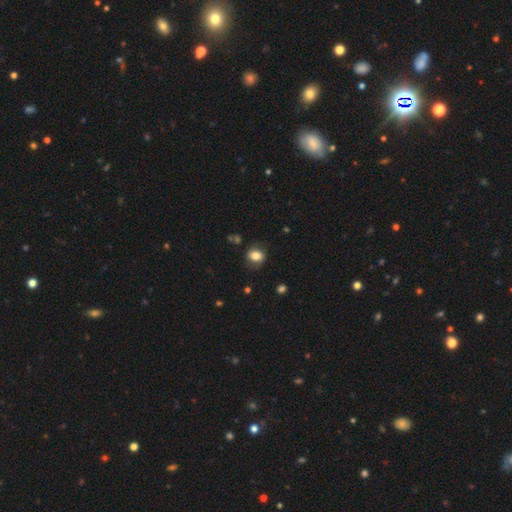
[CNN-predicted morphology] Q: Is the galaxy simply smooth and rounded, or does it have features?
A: smooth — 78%.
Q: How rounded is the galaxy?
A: round — 50%.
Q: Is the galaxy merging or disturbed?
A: none — 76%.